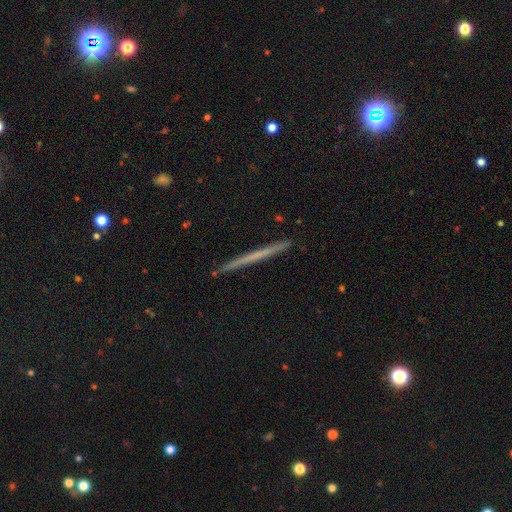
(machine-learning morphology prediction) The model was most divided on "smooth or featured": featured or disk: 51%, smooth: 42%, star or artifact: 6%. More confident: edge-on disk — yes (97%); merging — none (92%).